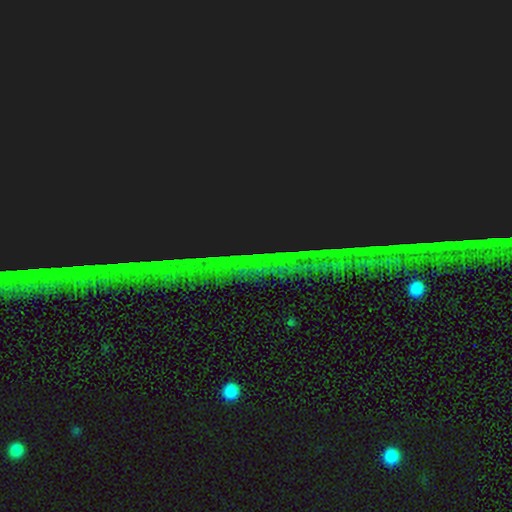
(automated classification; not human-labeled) A star or artifact, not a galaxy (87%).

Vote fractions:
- Smooth or featured? star or artifact: 87% / featured or disk: 7% / smooth: 6%